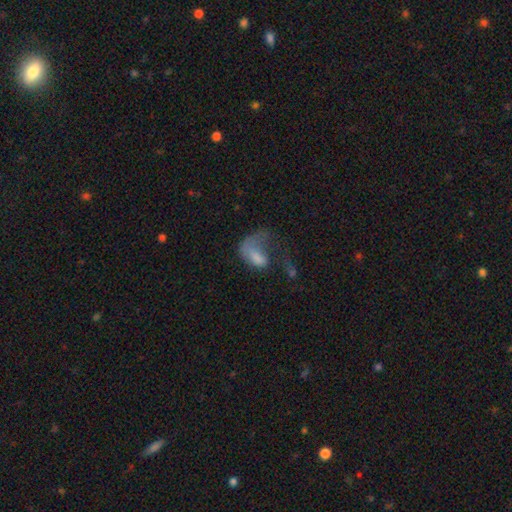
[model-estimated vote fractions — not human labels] This appears to be a smooth galaxy with no disk features (56%) that is in between round and cigar-shaped (86%). Merging: major disturbance (67%).